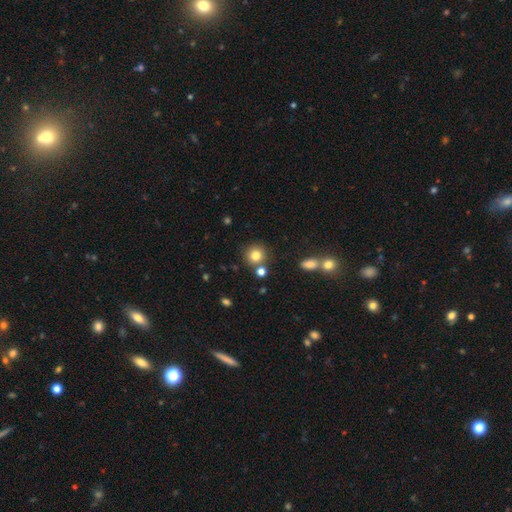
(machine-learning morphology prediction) smooth_or_featured: smooth (p=0.80) [alt: star or artifact p=0.12]
how_rounded: round (p=0.90) [alt: in between p=0.09]
merging: none (p=0.78) [alt: merger p=0.11]